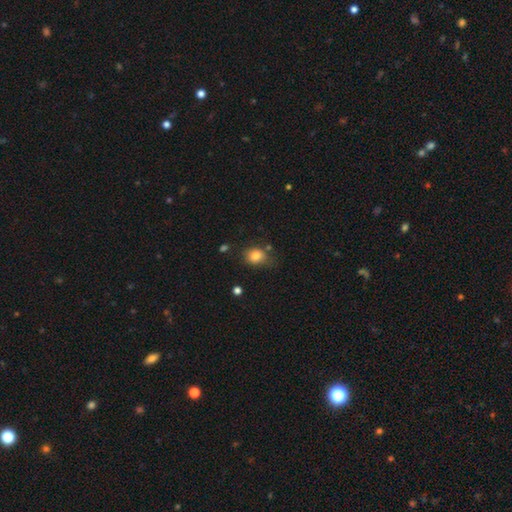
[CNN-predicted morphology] Smooth or featured?
  - smooth: 81% *
  - star or artifact: 11%
  - featured or disk: 8%
How rounded?
  - round: 54% *
  - in between: 45%
  - cigar-shaped: 1%
Merging?
  - none: 67% *
  - minor disturbance: 22%
  - major disturbance: 6%
  - merger: 6%